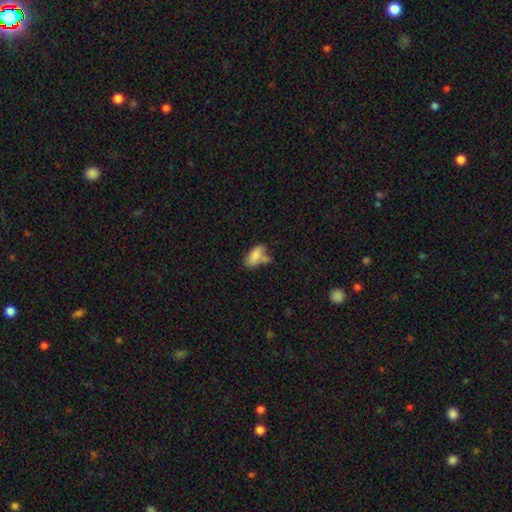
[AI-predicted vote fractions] smooth 79%, featured or disk 12%, star or artifact 9%. Down the decision tree: how rounded — in between (86%); merging — none (38%).